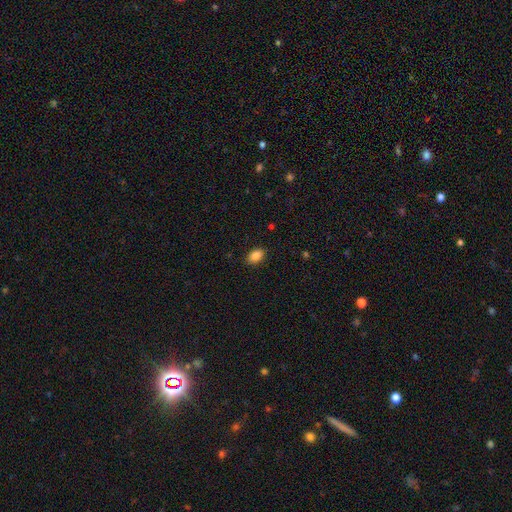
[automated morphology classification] Q: Smooth or featured?
A: smooth (87%); runner-up: star or artifact (8%)
Q: How rounded?
A: in between (87%); runner-up: round (11%)
Q: Merging?
A: none (88%); runner-up: minor disturbance (9%)